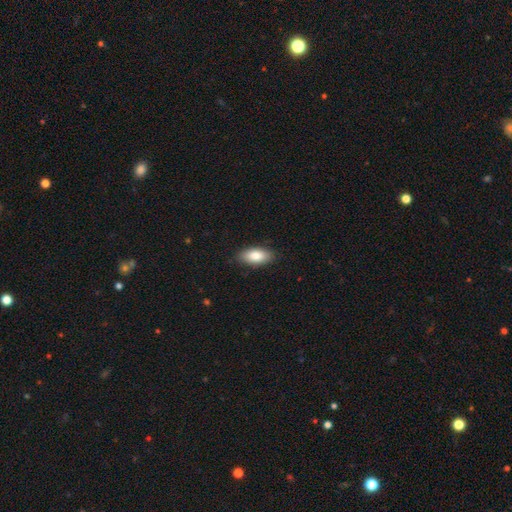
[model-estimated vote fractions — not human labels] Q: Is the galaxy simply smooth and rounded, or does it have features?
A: smooth — 84%.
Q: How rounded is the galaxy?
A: in between — 89%.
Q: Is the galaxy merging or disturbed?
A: none — 86%.